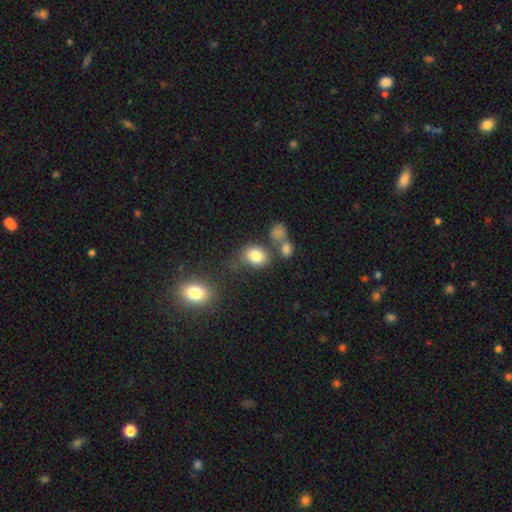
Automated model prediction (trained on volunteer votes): smooth 81%, star or artifact 11%, featured or disk 9%. Down the decision tree: how rounded — in between (51%); merging — none (58%).